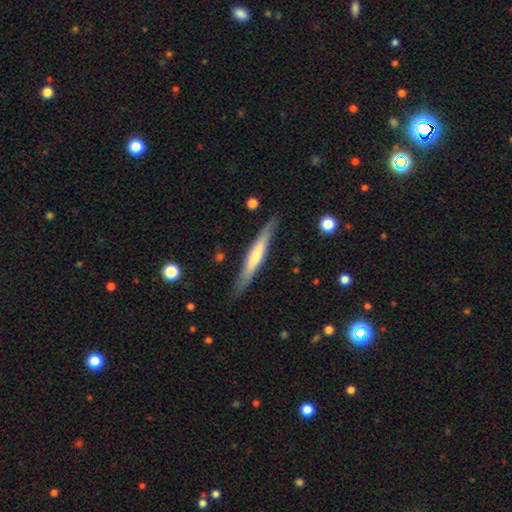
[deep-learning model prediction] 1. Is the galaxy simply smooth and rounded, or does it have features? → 48% featured or disk, 47% smooth, 5% star or artifact.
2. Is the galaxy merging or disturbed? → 85% none, 11% minor disturbance, 2% major disturbance, 1% merger.